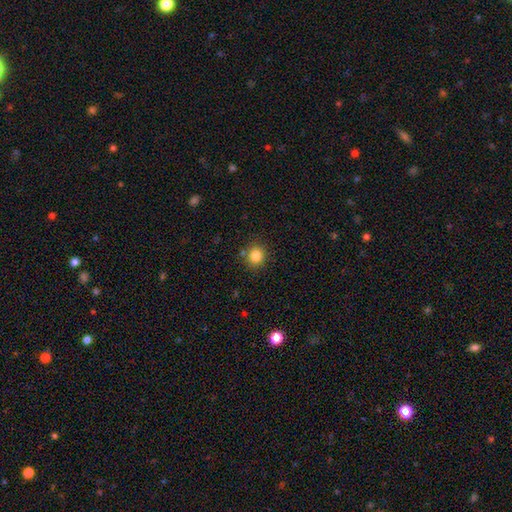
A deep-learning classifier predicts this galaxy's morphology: Smooth or featured? Predicted: smooth (p=0.83). How rounded? Predicted: round (p=0.86). Merging? Predicted: none (p=0.83).